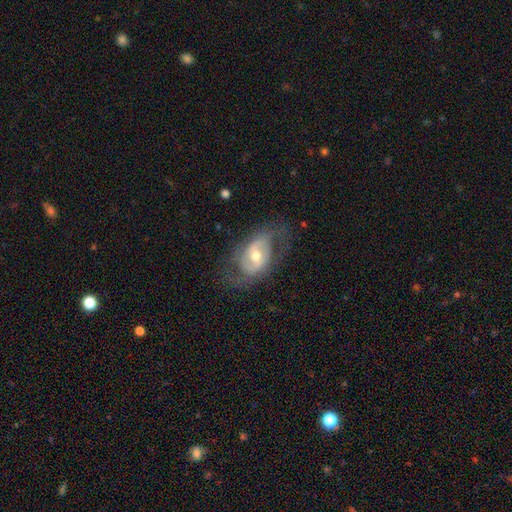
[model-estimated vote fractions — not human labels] Smooth or featured?
  - featured or disk: 75% *
  - smooth: 18%
  - star or artifact: 7%
Edge-on disk?
  - no: 95% *
  - yes: 5%
Bar?
  - weak: 46% *
  - no: 30%
  - strong: 24%
Spiral arms?
  - yes: 81% *
  - no: 19%
Spiral winding?
  - medium: 45% *
  - loose: 33%
  - tight: 22%
Spiral arm count?
  - 2: 78% *
  - can't tell: 13%
  - 1: 4%
  - 3: 2%
  - 4: 1%
  - more than 4: 1%
Bulge size?
  - moderate: 63% *
  - small: 30%
  - large: 5%
  - none: 1%
  - dominant: 1%
Merging?
  - none: 62% *
  - minor disturbance: 20%
  - major disturbance: 17%
  - merger: 1%